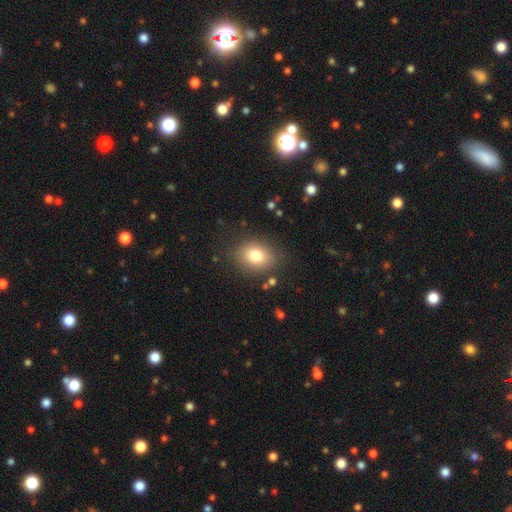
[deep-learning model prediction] A smooth galaxy with no disk features (78%) that is in between round and cigar-shaped (53%).

Vote fractions:
- Smooth or featured? smooth: 78% / featured or disk: 11% / star or artifact: 10%
- How rounded? in between: 53% / round: 46% / cigar-shaped: 1%
- Merging? none: 83% / minor disturbance: 11% / major disturbance: 4% / merger: 2%